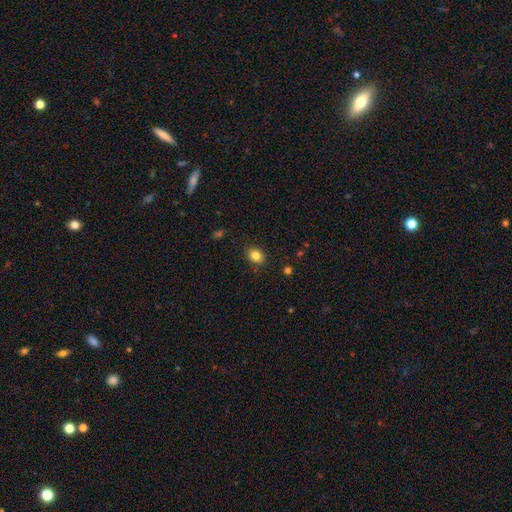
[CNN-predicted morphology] This is clearly a smooth galaxy (83%). How rounded: likely in between (61%). Merging: clearly none (87%).